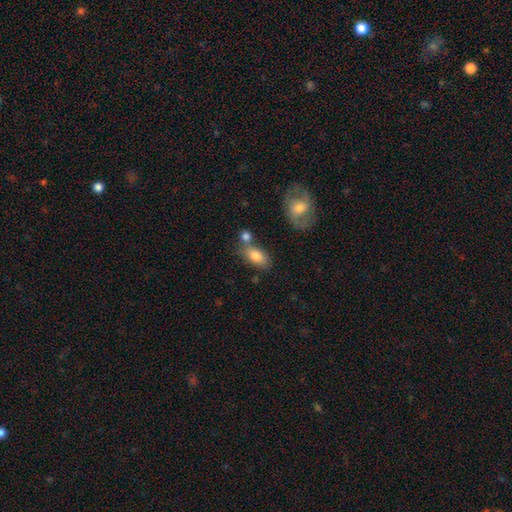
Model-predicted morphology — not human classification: smooth 81%, featured or disk 12%, star or artifact 7%. Down the decision tree: how rounded — in between (90%); merging — none (59%).